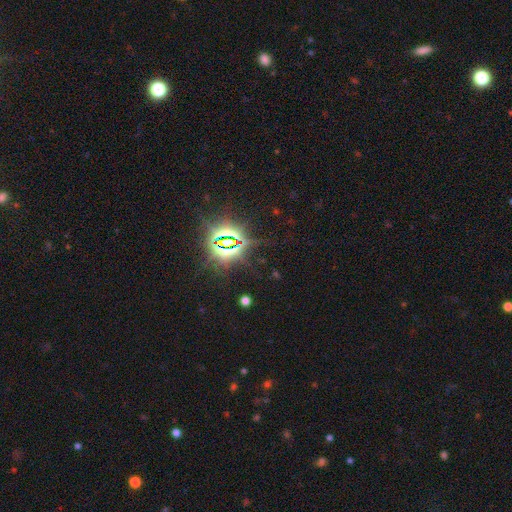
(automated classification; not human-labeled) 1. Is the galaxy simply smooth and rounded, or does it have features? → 85% star or artifact, 8% smooth, 7% featured or disk.